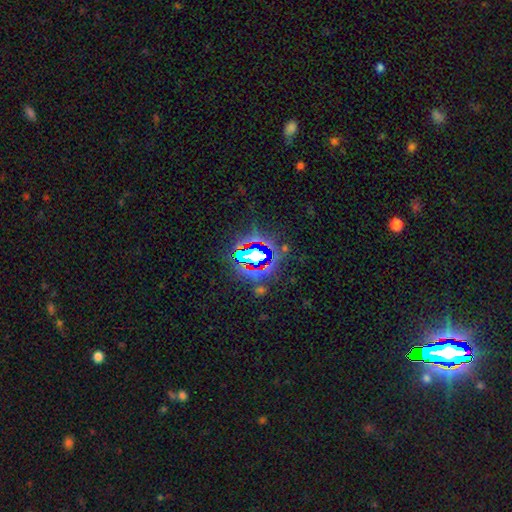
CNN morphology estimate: Smooth or featured? Predicted: star or artifact (p=0.73).